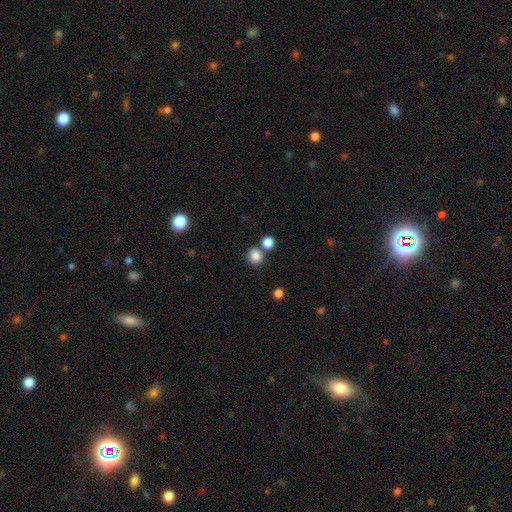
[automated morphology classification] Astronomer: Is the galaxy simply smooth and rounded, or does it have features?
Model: smooth — 84%.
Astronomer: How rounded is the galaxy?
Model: round — 88%.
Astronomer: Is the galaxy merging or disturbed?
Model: none — 71%.